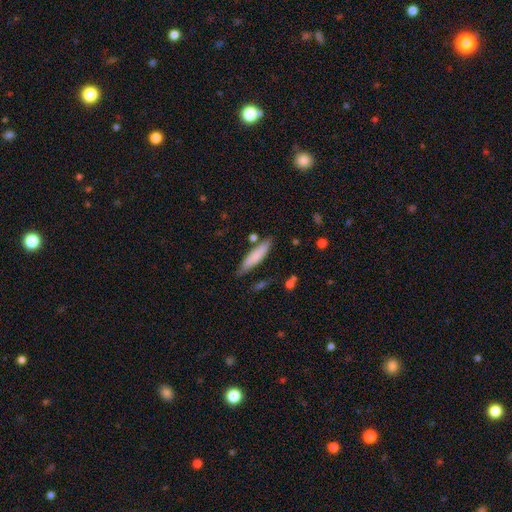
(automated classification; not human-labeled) Smooth or featured: smooth — 79% (featured or disk — 15%)
How rounded: cigar-shaped — 79% (in between — 19%)
Merging: none — 78% (minor disturbance — 14%)